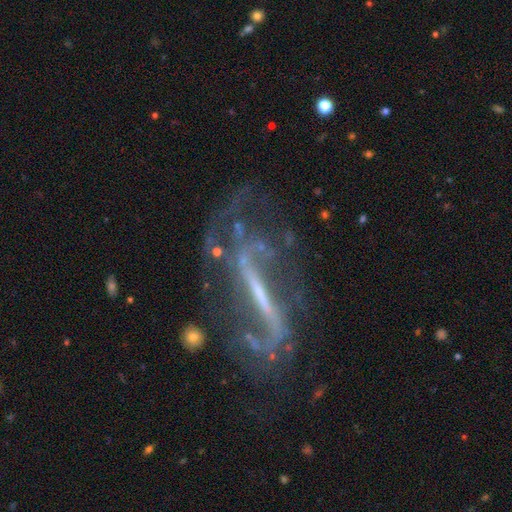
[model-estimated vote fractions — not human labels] featured or disk 85%, star or artifact 9%, smooth 6%. Down the decision tree: edge-on disk — no (76%); bar — strong (69%); spiral arms — yes (86%); spiral arm count — 2 (67%); spiral winding — loose (53%); bulge size — small (46%); merging — none (52%).